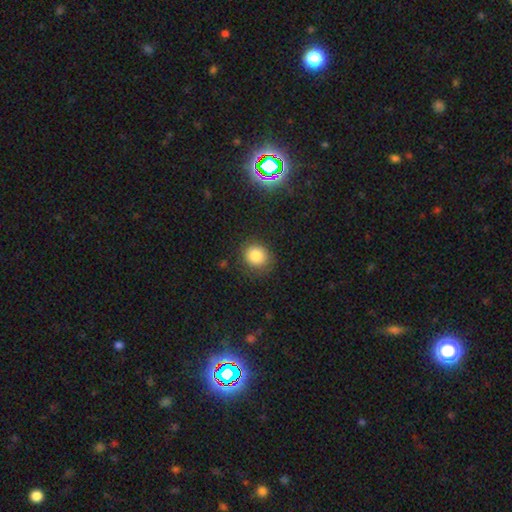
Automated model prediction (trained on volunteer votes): Smooth or featured?
  - smooth: 84% *
  - star or artifact: 11%
  - featured or disk: 6%
How rounded?
  - round: 78% *
  - in between: 21%
  - cigar-shaped: 1%
Merging?
  - none: 82% *
  - minor disturbance: 12%
  - major disturbance: 4%
  - merger: 1%